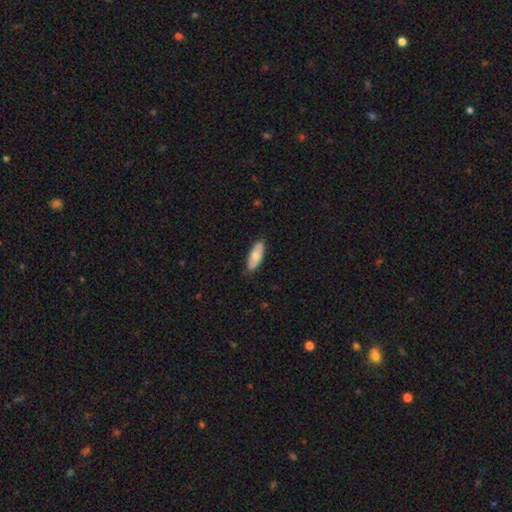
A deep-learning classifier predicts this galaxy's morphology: Smooth or featured: smooth — 72% (featured or disk — 23%)
How rounded: in between — 77% (cigar-shaped — 21%)
Merging: none — 85% (minor disturbance — 12%)